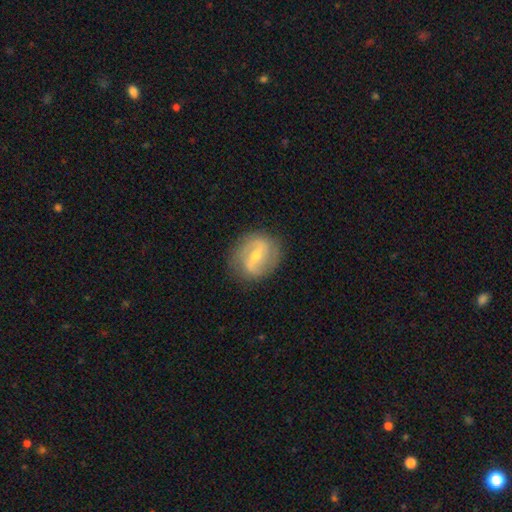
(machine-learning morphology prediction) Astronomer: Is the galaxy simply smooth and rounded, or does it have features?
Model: featured or disk — 79%.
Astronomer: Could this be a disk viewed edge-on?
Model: no — 96%.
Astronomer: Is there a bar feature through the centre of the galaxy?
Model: strong — 45% (runner-up: weak, 42%).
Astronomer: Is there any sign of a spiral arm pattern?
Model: yes — 84%.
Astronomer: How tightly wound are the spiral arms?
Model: medium — 44% (runner-up: tight, 28%).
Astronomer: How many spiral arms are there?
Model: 2 — 85%.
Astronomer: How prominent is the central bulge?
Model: moderate — 57% (runner-up: small, 39%).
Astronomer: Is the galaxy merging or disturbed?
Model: none — 82%.